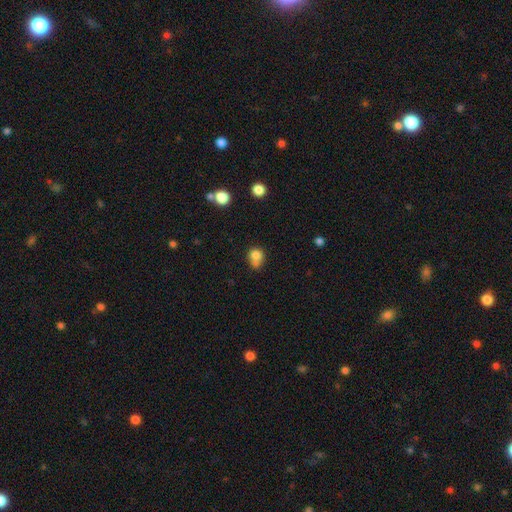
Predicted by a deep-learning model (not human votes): Overall: smooth (78%). How rounded: round (72%). Merging: none (42%; merger 30%).